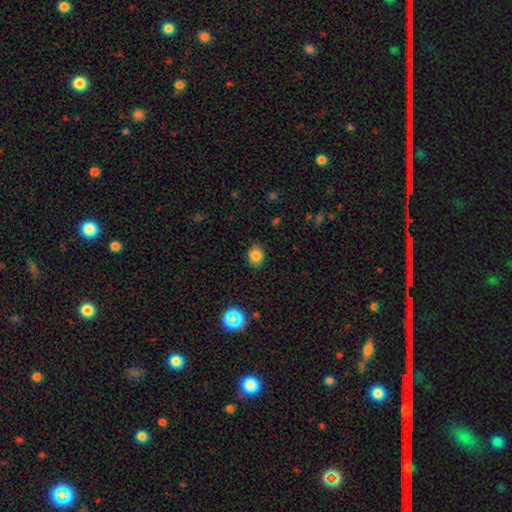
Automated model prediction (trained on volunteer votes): smooth-or-featured: smooth: 80% | star or artifact: 13% | featured or disk: 7%
  how-rounded: round: 66% | in between: 33% | cigar-shaped: 1%
  merging: none: 81% | minor disturbance: 14% | major disturbance: 3% | merger: 2%